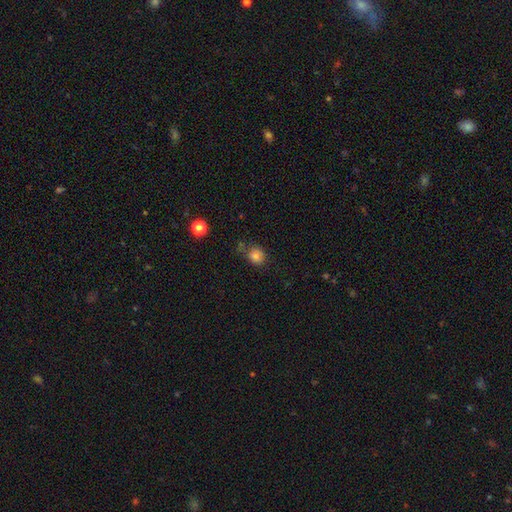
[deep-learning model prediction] This appears to be a smooth galaxy with no disk features (81%) that is round (75%). Merging: none (67%).